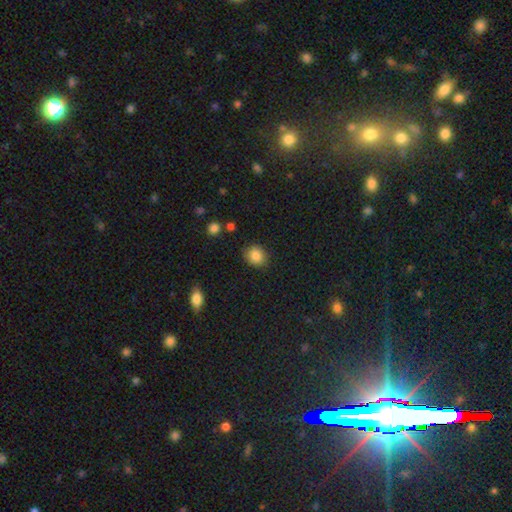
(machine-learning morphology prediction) This is clearly a smooth galaxy (85%). How rounded: likely round (67%). Merging: clearly none (83%).